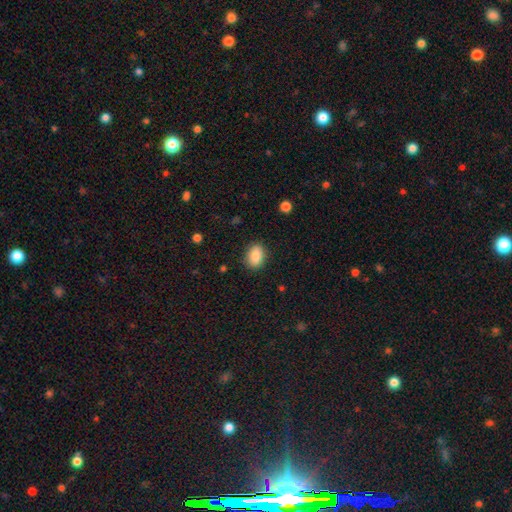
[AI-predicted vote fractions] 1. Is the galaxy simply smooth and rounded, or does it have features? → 87% smooth, 8% star or artifact, 6% featured or disk.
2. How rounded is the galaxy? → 79% in between, 19% round, 2% cigar-shaped.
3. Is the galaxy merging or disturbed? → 87% none, 10% minor disturbance, 3% major disturbance, 1% merger.